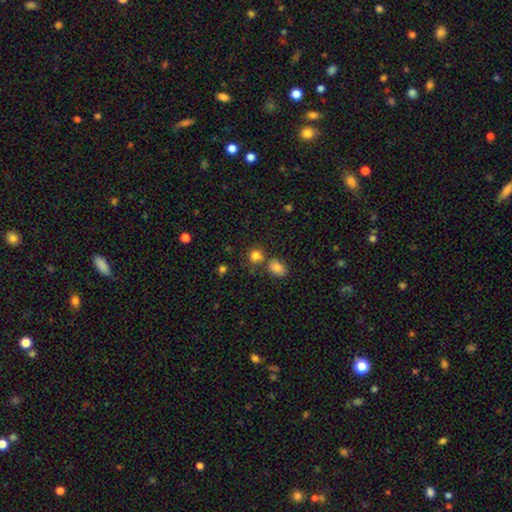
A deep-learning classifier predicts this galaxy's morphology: A smooth galaxy with no disk features (83%) that is round (75%). Merging: none (63%).